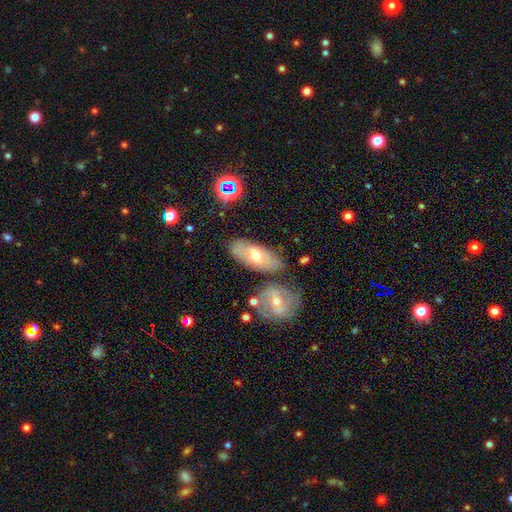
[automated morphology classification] This is possibly a smooth galaxy (50%). How rounded: clearly in between (81%). Merging: likely none (69%).